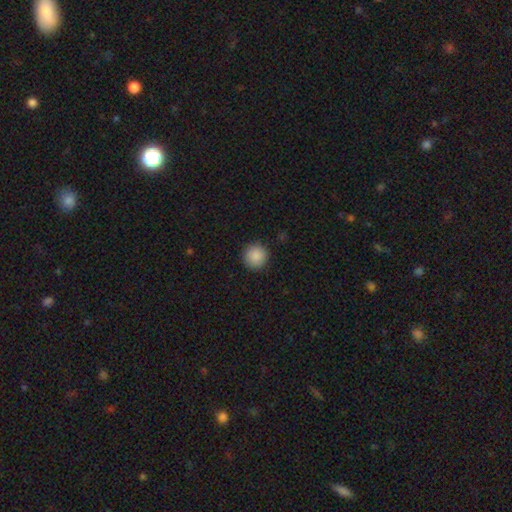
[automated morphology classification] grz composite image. It shows a smooth galaxy with no disk features (89%) that is round (95%). Merging: none (92%).